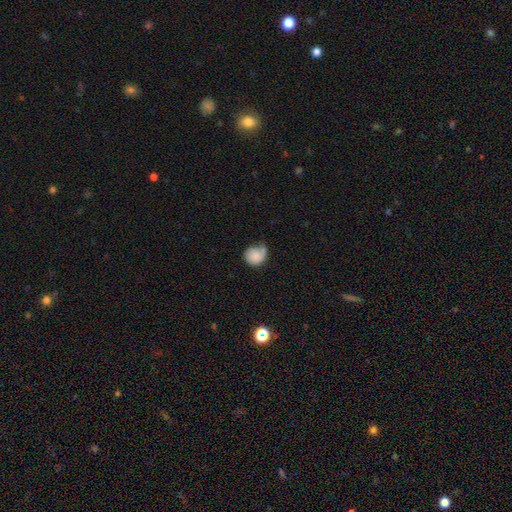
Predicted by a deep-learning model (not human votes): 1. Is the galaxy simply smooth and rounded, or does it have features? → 76% smooth, 16% featured or disk, 8% star or artifact.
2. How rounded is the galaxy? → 79% round, 20% in between, 1% cigar-shaped.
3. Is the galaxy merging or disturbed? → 42% none, 35% minor disturbance, 18% major disturbance, 6% merger.